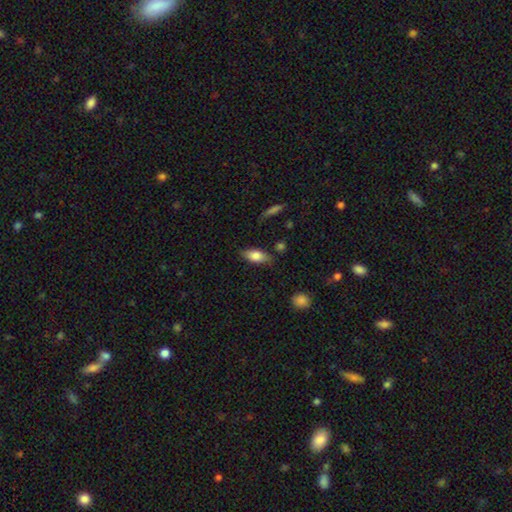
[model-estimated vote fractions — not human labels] Smooth or featured?
  - smooth: 75% *
  - featured or disk: 18%
  - star or artifact: 7%
How rounded?
  - in between: 81% *
  - cigar-shaped: 16%
  - round: 3%
Merging?
  - none: 78% *
  - minor disturbance: 16%
  - major disturbance: 4%
  - merger: 2%